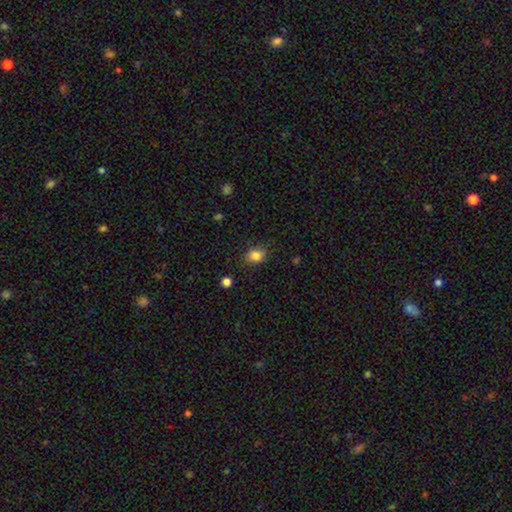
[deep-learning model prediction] Smooth or featured? smooth (84%)
How rounded? in between (52%)
Merging? none (83%)